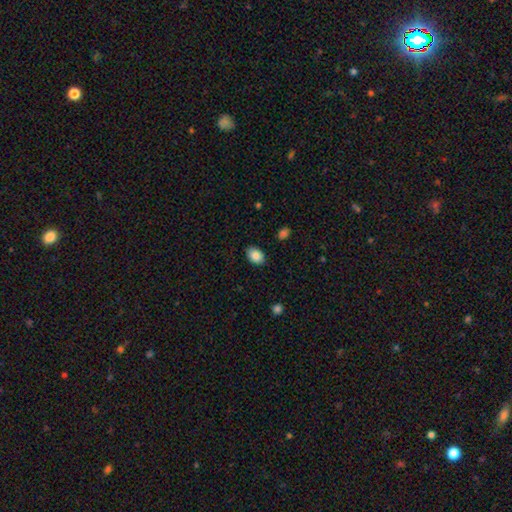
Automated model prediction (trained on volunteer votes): A smooth galaxy with no disk features (87%) that is in between round and cigar-shaped (81%).

Vote fractions:
- Smooth or featured? smooth: 87% / star or artifact: 8% / featured or disk: 6%
- How rounded? in between: 81% / round: 18% / cigar-shaped: 1%
- Merging? none: 87% / minor disturbance: 9% / major disturbance: 2% / merger: 1%